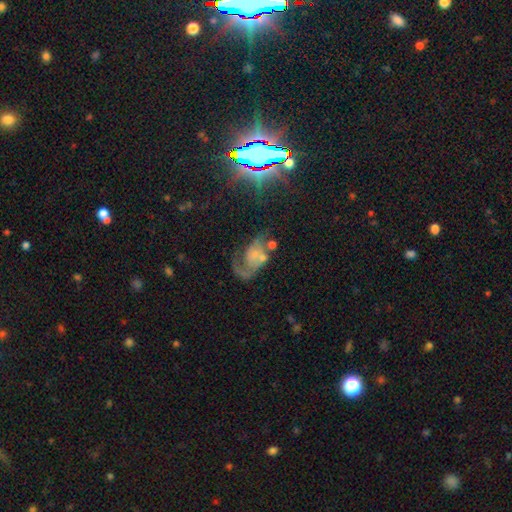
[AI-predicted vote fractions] Smooth or featured? featured or disk (69%)
Edge-on disk? no (97%)
Bar? no (74%)
Spiral arms? yes (83%)
Spiral winding? loose (44%)
Spiral arm count? 2 (46%)
Bulge size? small (46%)
Merging? major disturbance (35%)